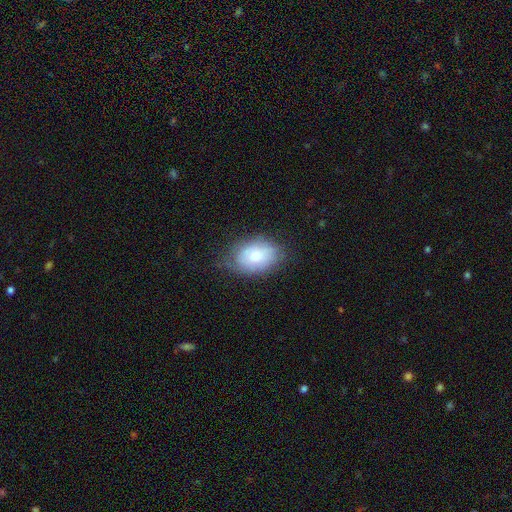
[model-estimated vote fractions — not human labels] Smooth or featured? Predicted: smooth (p=0.71). How rounded? Predicted: in between (p=0.81). Merging? Predicted: none (p=0.65).